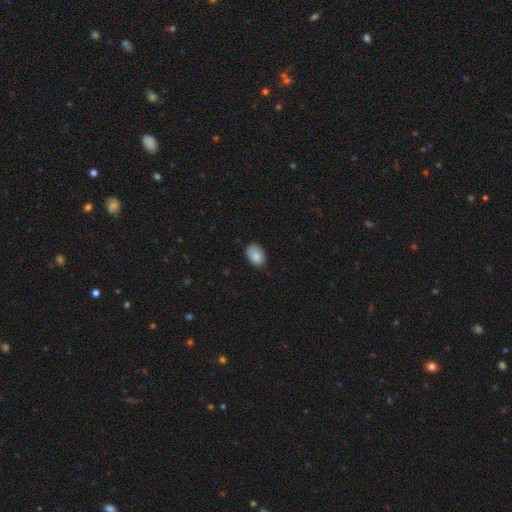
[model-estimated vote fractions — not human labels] Smooth or featured: smooth — 85% (featured or disk — 7%)
How rounded: in between — 87% (round — 12%)
Merging: none — 71% (minor disturbance — 24%)